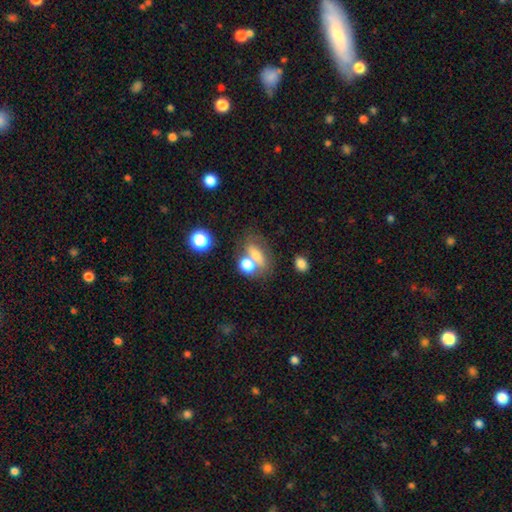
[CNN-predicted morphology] Overall: smooth (65%). How rounded: in between (62%; round 28%). Merging: none (41%; merger 39%).